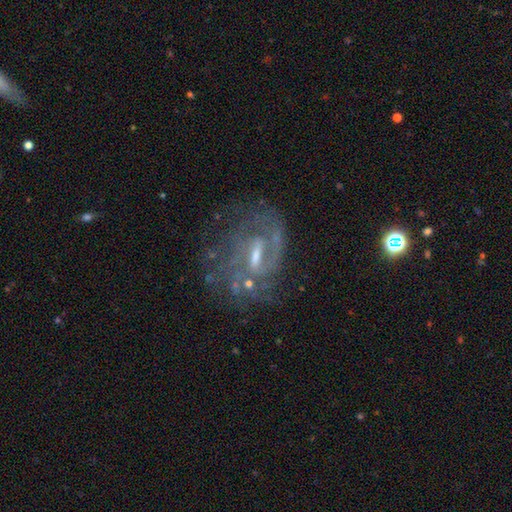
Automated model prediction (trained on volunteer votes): featured or disk 83%, star or artifact 9%, smooth 8%. Down the decision tree: edge-on disk — no (94%); bar — weak (48%); spiral arms — yes (86%); spiral arm count — can't tell (36%); spiral winding — tight (41%, tied with medium); bulge size — small (44%); merging — none (59%).